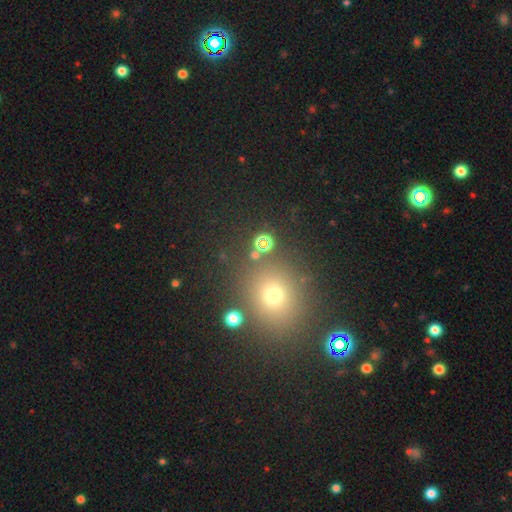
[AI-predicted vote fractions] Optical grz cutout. It shows a smooth galaxy with no disk features (62%) that is round (77%). Merging: none (80%).